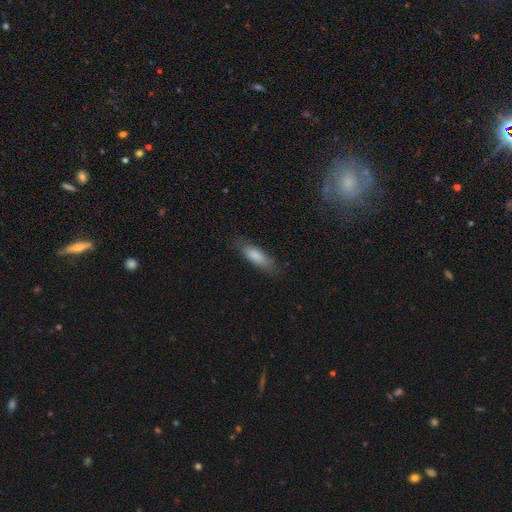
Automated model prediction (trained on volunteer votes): The model was most divided on "how rounded": in between: 55%, cigar-shaped: 43%, round: 2%. More confident: smooth or featured — smooth (83%); merging — none (77%).